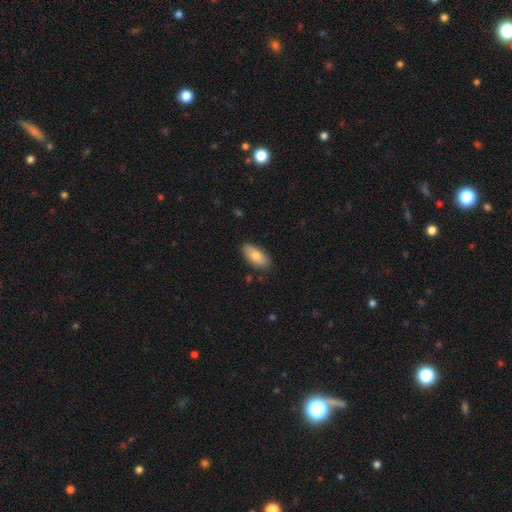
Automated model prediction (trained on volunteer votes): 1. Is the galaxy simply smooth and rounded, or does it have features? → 81% smooth, 13% featured or disk, 6% star or artifact.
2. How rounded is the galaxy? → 88% in between, 9% cigar-shaped, 2% round.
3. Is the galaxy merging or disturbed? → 82% none, 14% minor disturbance, 2% major disturbance, 1% merger.